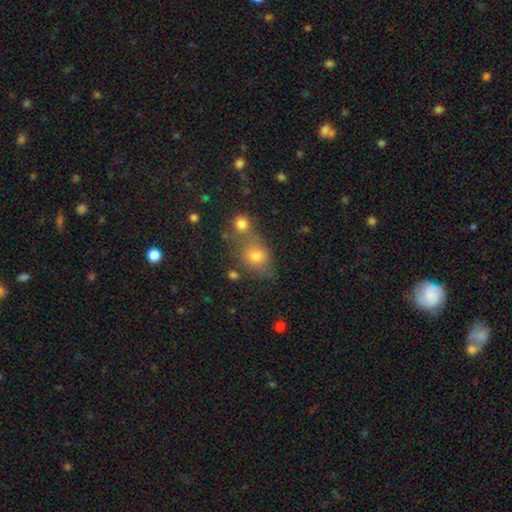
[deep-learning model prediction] Smooth or featured? smooth (73%)
How rounded? round (54%)
Merging? none (48%)